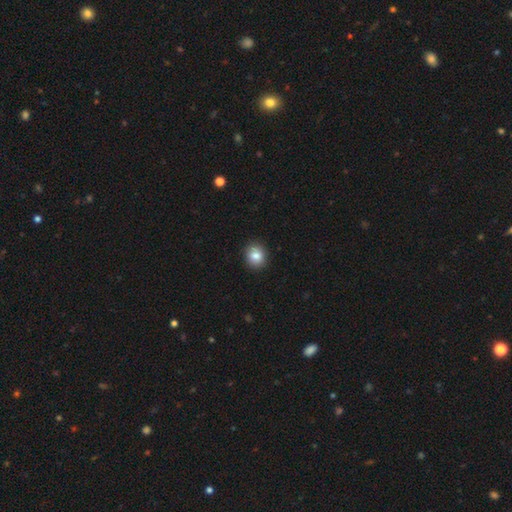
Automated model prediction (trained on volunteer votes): Q: Smooth or featured?
A: smooth (83%); runner-up: star or artifact (9%)
Q: How rounded?
A: round (72%); runner-up: in between (27%)
Q: Merging?
A: none (88%); runner-up: minor disturbance (9%)